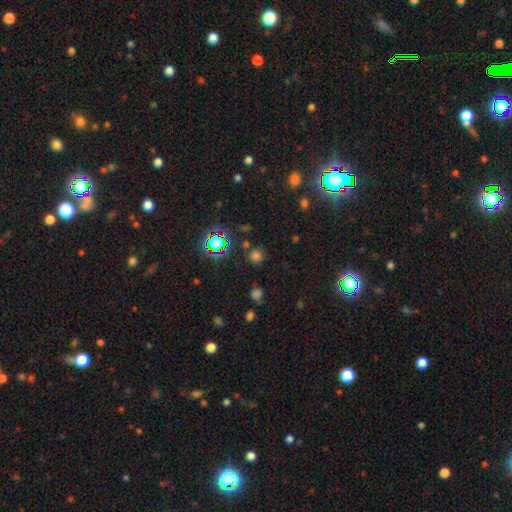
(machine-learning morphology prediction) smooth_or_featured: smooth (p=0.63) [alt: star or artifact p=0.31]
how_rounded: round (p=0.90) [alt: in between p=0.09]
merging: none (p=0.80) [alt: minor disturbance p=0.10]